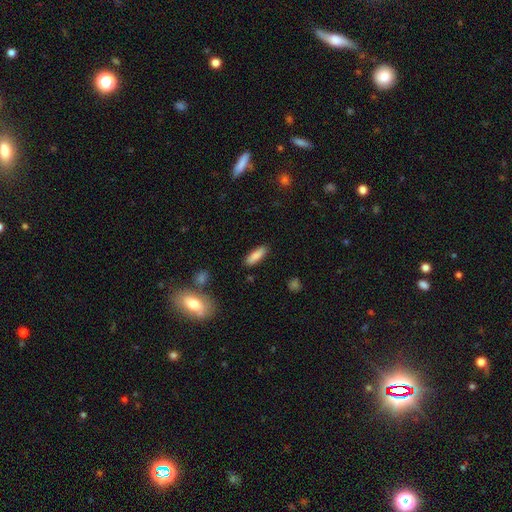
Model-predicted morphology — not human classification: smooth-or-featured: smooth: 86% | featured or disk: 8% | star or artifact: 7%
  how-rounded: in between: 50% | cigar-shaped: 48% | round: 2%
  merging: none: 87% | minor disturbance: 9% | major disturbance: 2% | merger: 2%